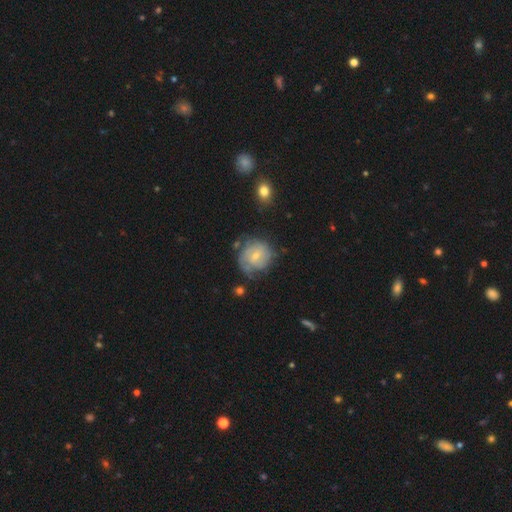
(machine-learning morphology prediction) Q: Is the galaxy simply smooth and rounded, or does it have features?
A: featured or disk — 60%.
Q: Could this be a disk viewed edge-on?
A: no — 97%.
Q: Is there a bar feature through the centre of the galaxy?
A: no — 48%.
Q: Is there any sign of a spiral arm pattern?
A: yes — 80%.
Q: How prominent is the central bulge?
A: small — 64%.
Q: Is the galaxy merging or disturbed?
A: none — 59%.